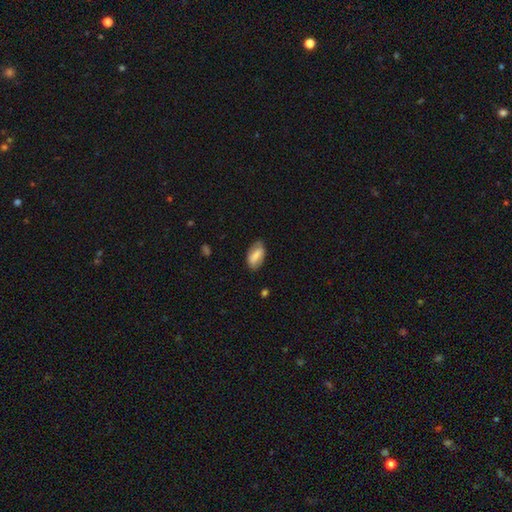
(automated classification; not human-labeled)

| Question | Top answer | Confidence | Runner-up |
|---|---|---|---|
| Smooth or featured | smooth | 69% | featured or disk (24%) |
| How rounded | in between | 90% | cigar-shaped (6%) |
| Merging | none | 73% | minor disturbance (21%) |